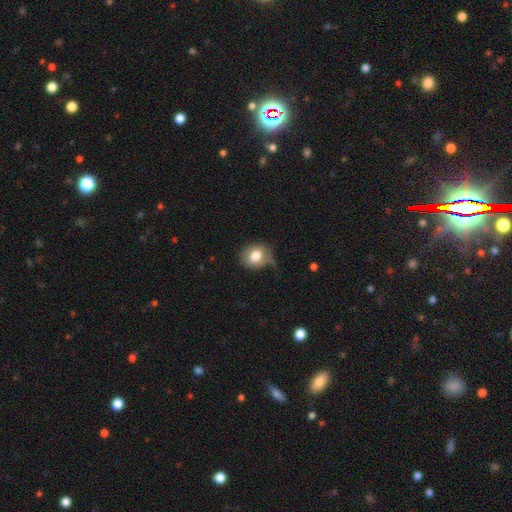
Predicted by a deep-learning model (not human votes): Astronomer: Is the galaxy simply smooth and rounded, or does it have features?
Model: smooth — 76%.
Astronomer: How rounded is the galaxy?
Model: round — 63%.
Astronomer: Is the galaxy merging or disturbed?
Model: none — 57%.